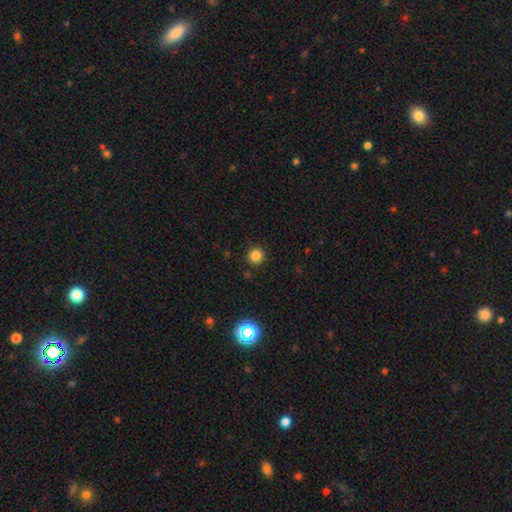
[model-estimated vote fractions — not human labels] Overall: smooth (82%). How rounded: round (93%). Merging: none (90%).